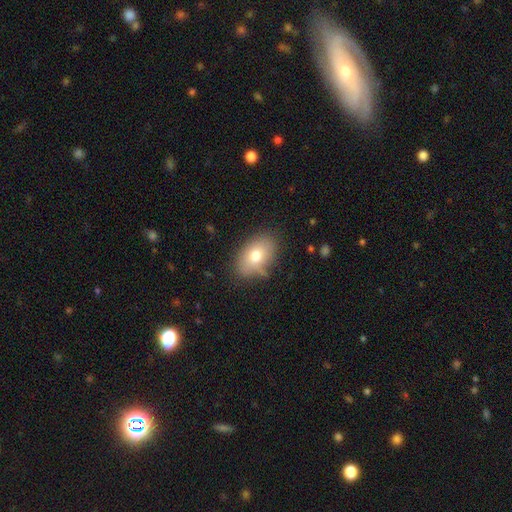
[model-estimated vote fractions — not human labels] This is likely a smooth galaxy (74%). How rounded: clearly in between (86%). Merging: likely none (74%).